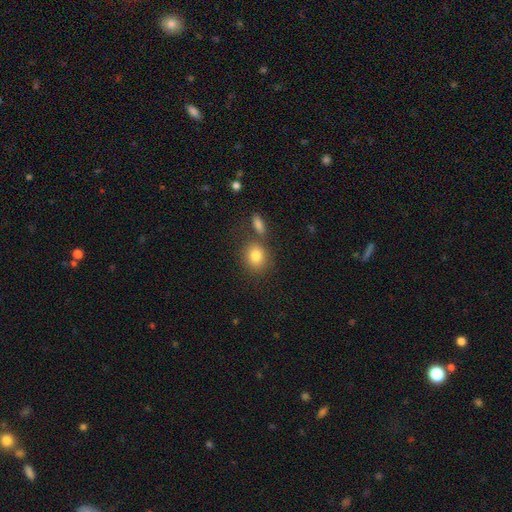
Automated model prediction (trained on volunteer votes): Morphology: type=smooth (81%); roundness=round (66%); merging=none (67%).